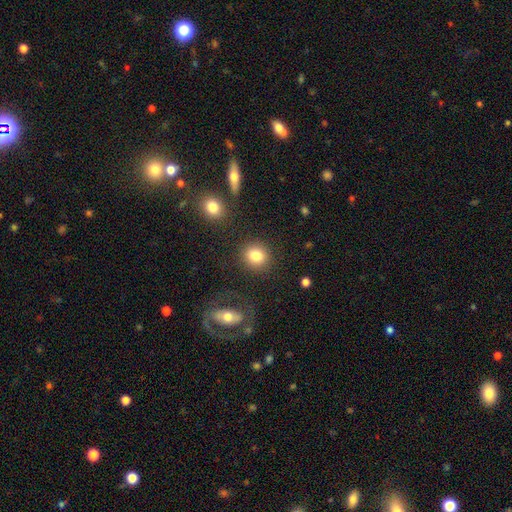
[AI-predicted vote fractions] smooth-or-featured: smooth: 83% | star or artifact: 9% | featured or disk: 8%
  how-rounded: round: 81% | in between: 18% | cigar-shaped: 1%
  merging: none: 85% | minor disturbance: 8% | major disturbance: 4% | merger: 3%